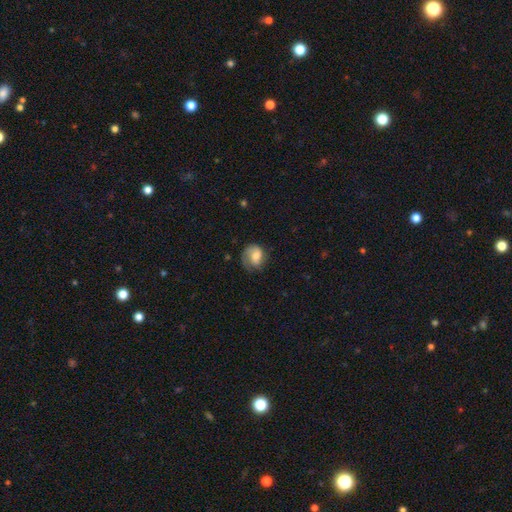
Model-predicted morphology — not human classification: Smooth or featured: featured or disk — 51% (smooth — 42%)
Edge-on disk: no — 97% (yes — 3%)
Merging: none — 53% (minor disturbance — 26%)